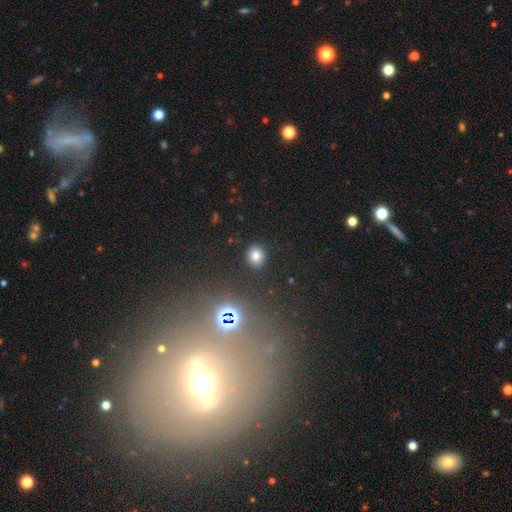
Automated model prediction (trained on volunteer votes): Overall: smooth (77%). How rounded: round (73%). Merging: none (89%).